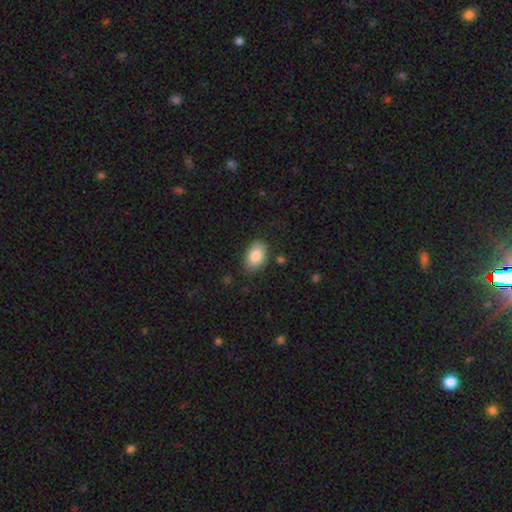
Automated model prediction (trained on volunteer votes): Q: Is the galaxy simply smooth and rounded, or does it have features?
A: smooth — 85%.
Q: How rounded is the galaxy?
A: in between — 88%.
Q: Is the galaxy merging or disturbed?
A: none — 81%.